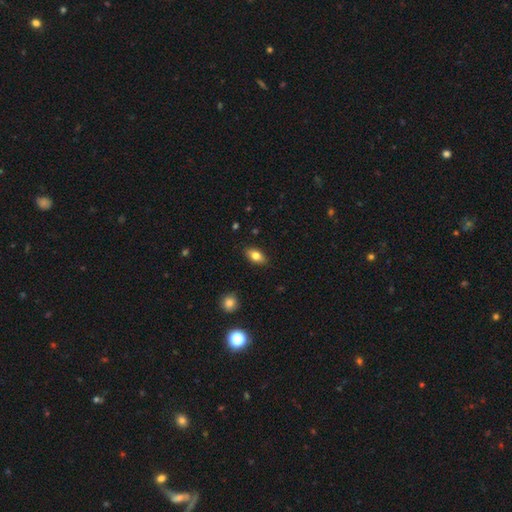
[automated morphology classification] Smooth or featured? smooth (79%)
How rounded? in between (88%)
Merging? none (88%)